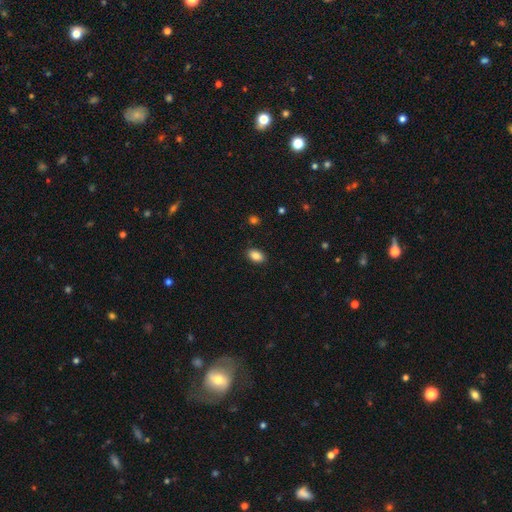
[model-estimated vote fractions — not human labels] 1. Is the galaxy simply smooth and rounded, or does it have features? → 88% smooth, 8% star or artifact, 4% featured or disk.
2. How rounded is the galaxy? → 89% in between, 9% round, 1% cigar-shaped.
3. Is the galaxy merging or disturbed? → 88% none, 8% minor disturbance, 2% major disturbance, 1% merger.